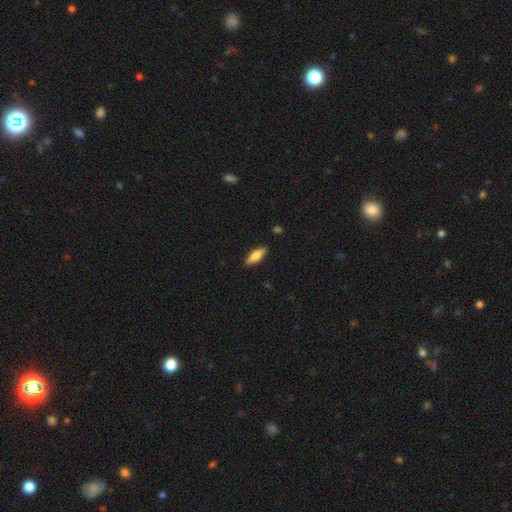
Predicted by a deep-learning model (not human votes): A smooth galaxy with no disk features (72%) that is in between round and cigar-shaped (58%).

Vote fractions:
- Smooth or featured? smooth: 72% / featured or disk: 22% / star or artifact: 6%
- How rounded? in between: 58% / cigar-shaped: 39% / round: 2%
- Merging? none: 88% / minor disturbance: 9% / major disturbance: 2% / merger: 1%